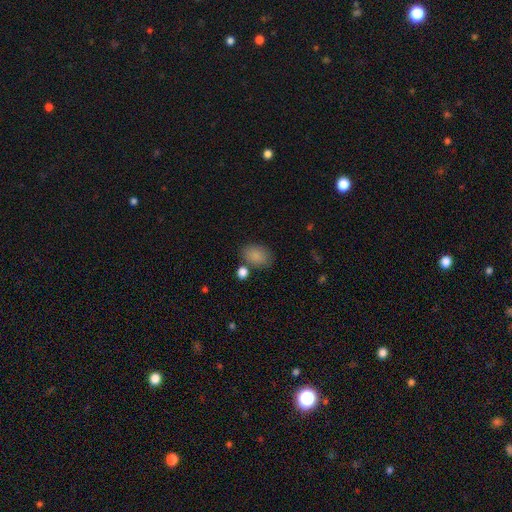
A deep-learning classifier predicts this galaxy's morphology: A smooth galaxy with no disk features (86%) that is in between round and cigar-shaped (83%).

Vote fractions:
- Smooth or featured? smooth: 86% / star or artifact: 8% / featured or disk: 6%
- How rounded? in between: 83% / round: 16% / cigar-shaped: 1%
- Merging? none: 73% / minor disturbance: 14% / merger: 9% / major disturbance: 4%